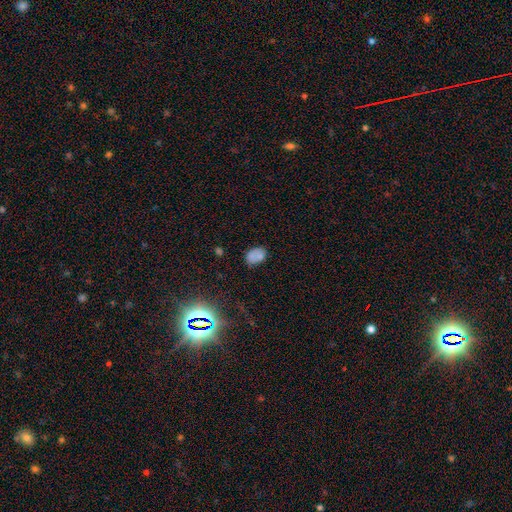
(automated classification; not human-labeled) smooth 74%, star or artifact 14%, featured or disk 12%. Down the decision tree: how rounded — in between (80%); merging — none (64%).